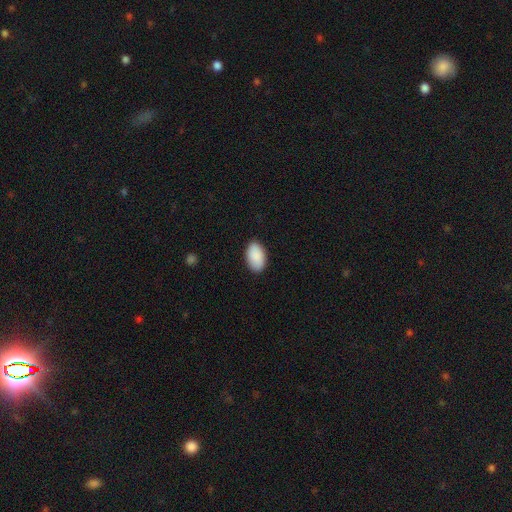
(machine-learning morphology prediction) This appears to be a smooth galaxy with no disk features (91%) that is in between round and cigar-shaped (94%). Merging: none (88%).